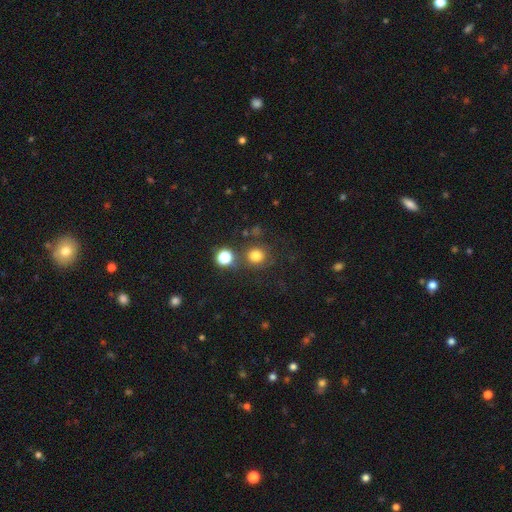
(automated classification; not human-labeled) A smooth galaxy with no disk features (78%) that is round (90%).

Vote fractions:
- Smooth or featured? smooth: 78% / star or artifact: 15% / featured or disk: 6%
- How rounded? round: 90% / in between: 9% / cigar-shaped: 1%
- Merging? none: 75% / merger: 11% / minor disturbance: 10% / major disturbance: 5%